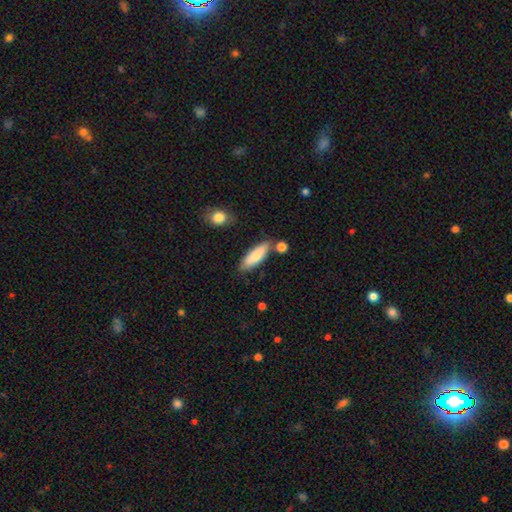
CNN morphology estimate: A smooth galaxy with no disk features (80%) that is in between round and cigar-shaped (51%).

Vote fractions:
- Smooth or featured? smooth: 80% / featured or disk: 14% / star or artifact: 6%
- How rounded? in between: 51% / cigar-shaped: 48% / round: 2%
- Merging? none: 74% / minor disturbance: 14% / merger: 9% / major disturbance: 3%